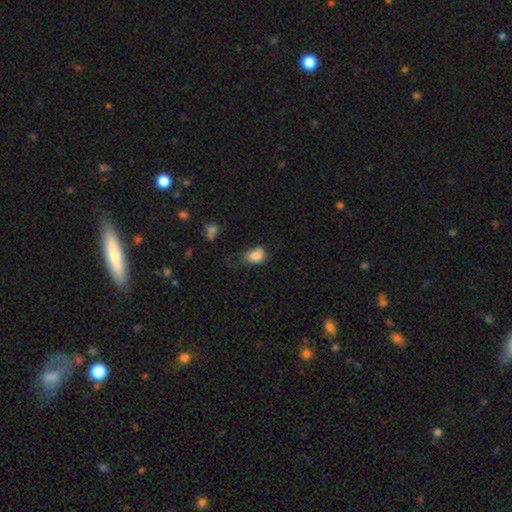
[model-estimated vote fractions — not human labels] Smooth or featured? smooth (84%)
How rounded? in between (82%)
Merging? none (46%)